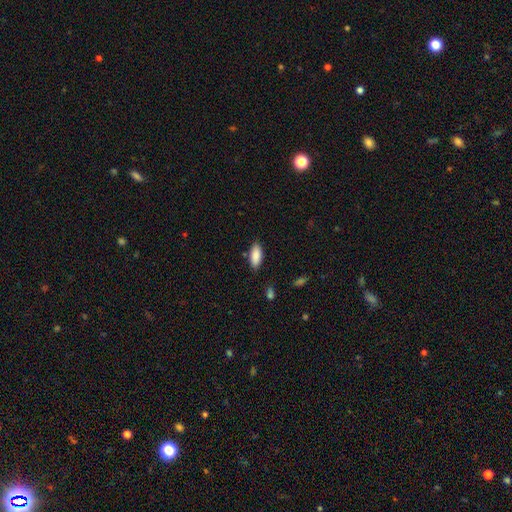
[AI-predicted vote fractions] Smooth or featured?
  - smooth: 89% *
  - star or artifact: 6%
  - featured or disk: 5%
How rounded?
  - in between: 86% *
  - cigar-shaped: 12%
  - round: 2%
Merging?
  - none: 84% *
  - minor disturbance: 11%
  - major disturbance: 3%
  - merger: 2%